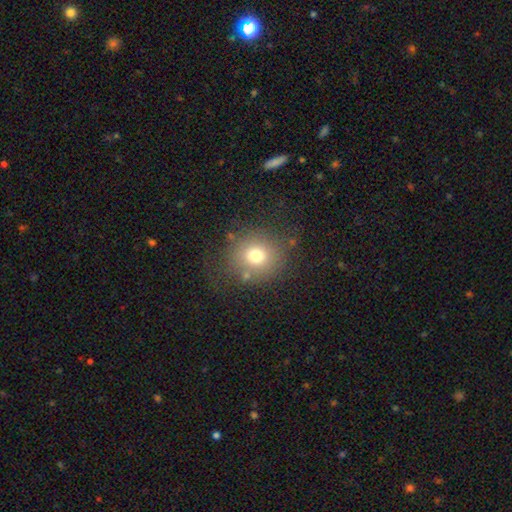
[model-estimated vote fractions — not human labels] Smooth or featured? smooth (72%)
How rounded? round (87%)
Merging? none (75%)